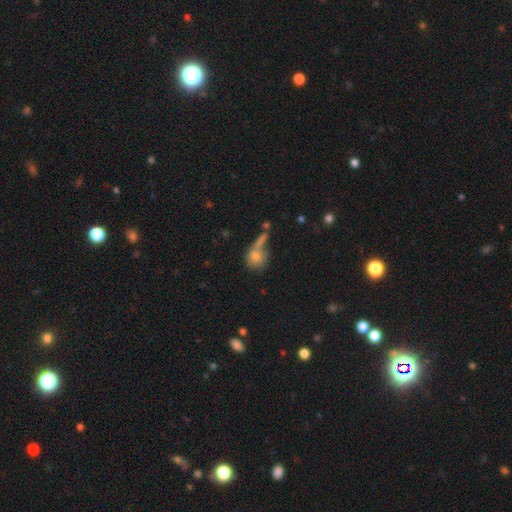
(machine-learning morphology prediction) type=smooth (68%); roundness=round (67%); merging=none (38%).